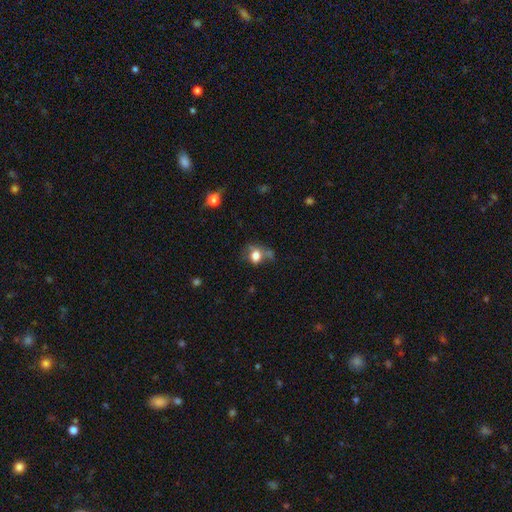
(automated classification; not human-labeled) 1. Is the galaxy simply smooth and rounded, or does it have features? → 73% smooth, 15% featured or disk, 12% star or artifact.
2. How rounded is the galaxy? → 54% round, 45% in between, 2% cigar-shaped.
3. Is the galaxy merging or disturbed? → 42% none, 25% minor disturbance, 19% major disturbance, 15% merger.